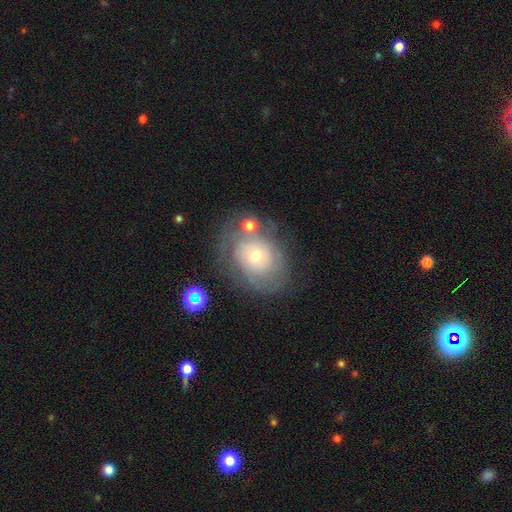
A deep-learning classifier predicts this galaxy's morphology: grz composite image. It shows a featured or disk galaxy (61%) with no bar (84%), spiral arms (73%) and a small central bulge (56%). Merging: none (58%).